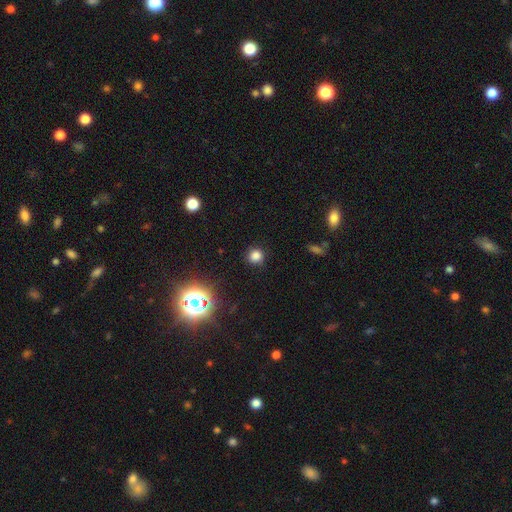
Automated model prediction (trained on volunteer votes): Morphology: type=smooth (77%); roundness=round (91%); merging=none (89%).